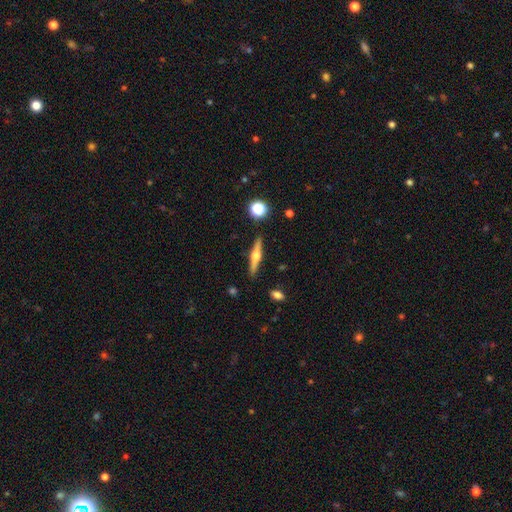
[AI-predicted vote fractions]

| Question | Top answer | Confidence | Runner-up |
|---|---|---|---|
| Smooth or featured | featured or disk | 66% | smooth (27%) |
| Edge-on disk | yes | 97% | no (3%) |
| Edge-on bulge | rounded | 93% | boxy (4%) |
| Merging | none | 89% | minor disturbance (7%) |